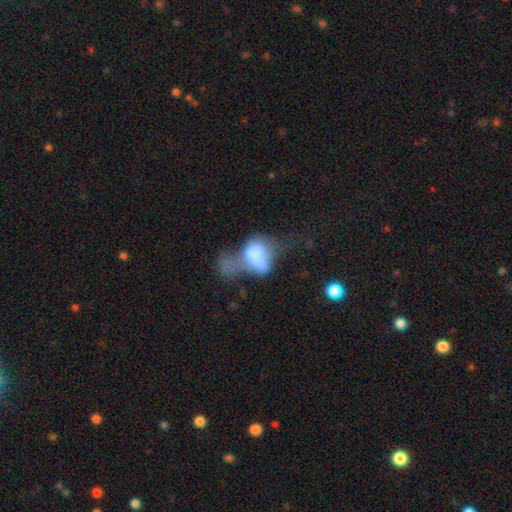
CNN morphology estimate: This is possibly a smooth galaxy (58%). How rounded: likely in between (77%). Merging: possibly major disturbance (48%).